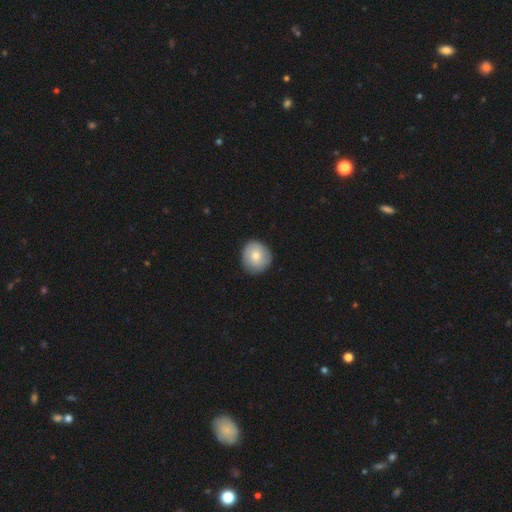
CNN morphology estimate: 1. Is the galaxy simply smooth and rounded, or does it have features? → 74% smooth, 19% featured or disk, 7% star or artifact.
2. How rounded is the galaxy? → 85% round, 14% in between, 1% cigar-shaped.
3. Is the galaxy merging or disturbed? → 86% none, 11% minor disturbance, 2% major disturbance, 1% merger.